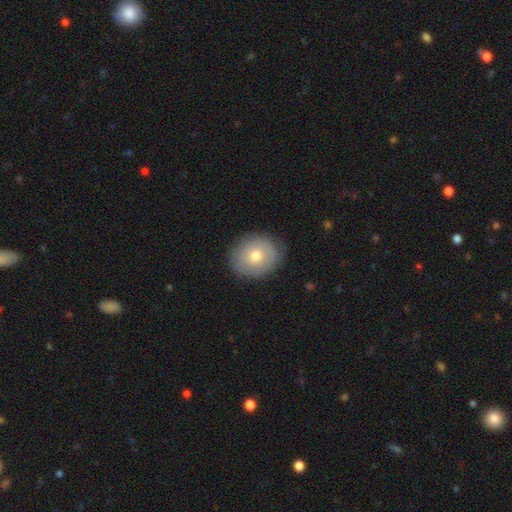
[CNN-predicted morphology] This is likely a smooth galaxy (67%). How rounded: possibly round (60%). Merging: clearly none (82%).